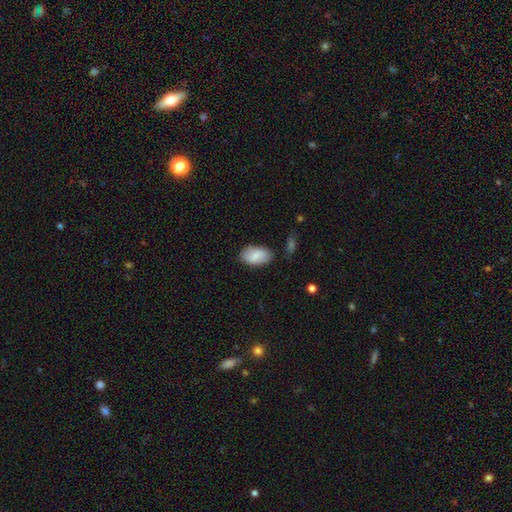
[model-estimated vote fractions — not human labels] Smooth or featured?
  - smooth: 83% *
  - featured or disk: 11%
  - star or artifact: 6%
How rounded?
  - in between: 94% *
  - round: 4%
  - cigar-shaped: 2%
Merging?
  - none: 77% *
  - minor disturbance: 17%
  - major disturbance: 3%
  - merger: 3%